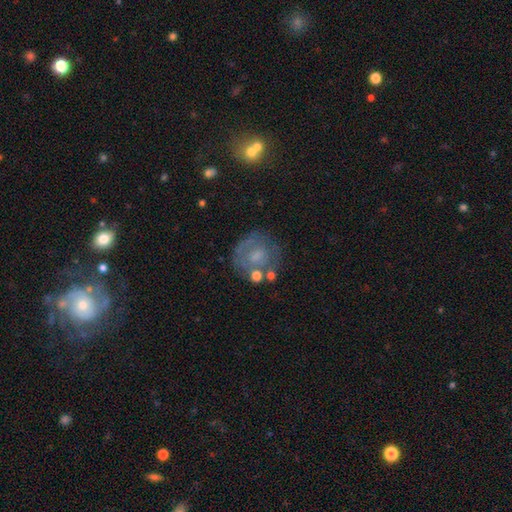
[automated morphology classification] Overall: featured or disk (50%; smooth 38%). Edge-on disk: no (97%). Merging: none (61%).